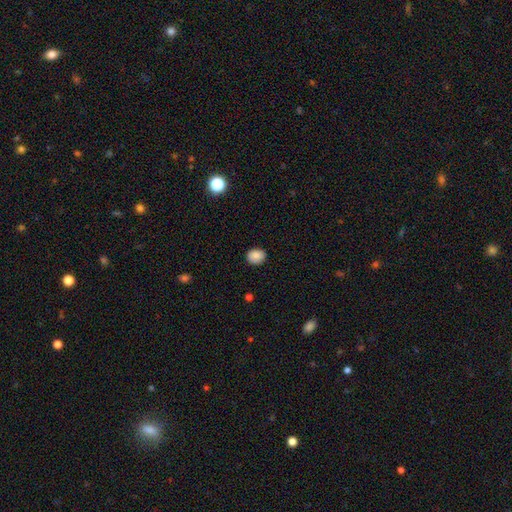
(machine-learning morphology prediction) smooth-or-featured: smooth: 86% | star or artifact: 9% | featured or disk: 5%
  how-rounded: round: 58% | in between: 42% | cigar-shaped: 1%
  merging: none: 84% | minor disturbance: 12% | major disturbance: 2% | merger: 1%